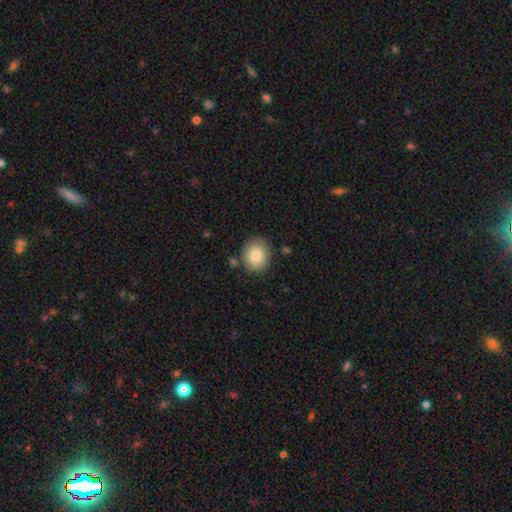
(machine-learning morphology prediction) Smooth or featured: smooth — 84% (star or artifact — 8%)
How rounded: round — 70% (in between — 29%)
Merging: none — 83% (minor disturbance — 11%)